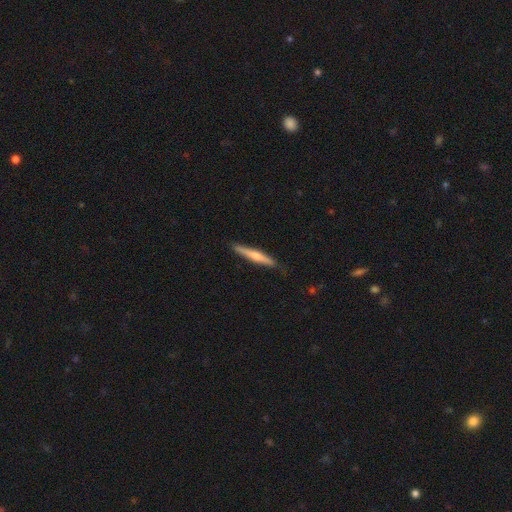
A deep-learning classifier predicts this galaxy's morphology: Smooth or featured?
  - featured or disk: 50% *
  - smooth: 45%
  - star or artifact: 5%
Edge-on disk?
  - yes: 96% *
  - no: 4%
Merging?
  - none: 86% *
  - minor disturbance: 11%
  - major disturbance: 2%
  - merger: 1%